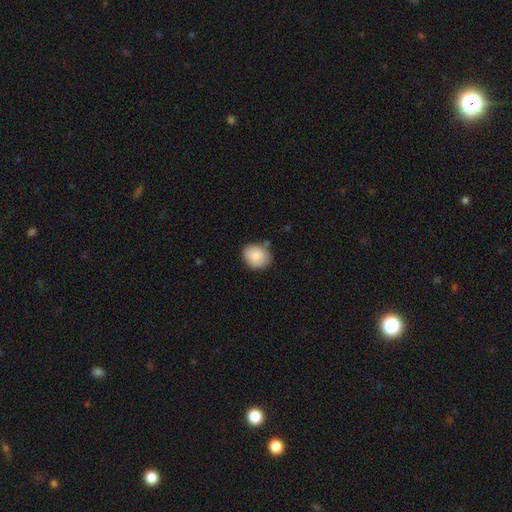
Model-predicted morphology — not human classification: This appears to be a smooth galaxy with no disk features (88%) that is round (60%). Merging: none (75%).